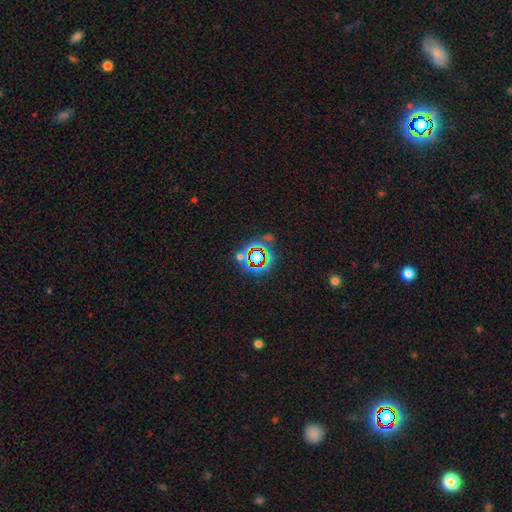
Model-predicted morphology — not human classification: Overall: star or artifact (75%).